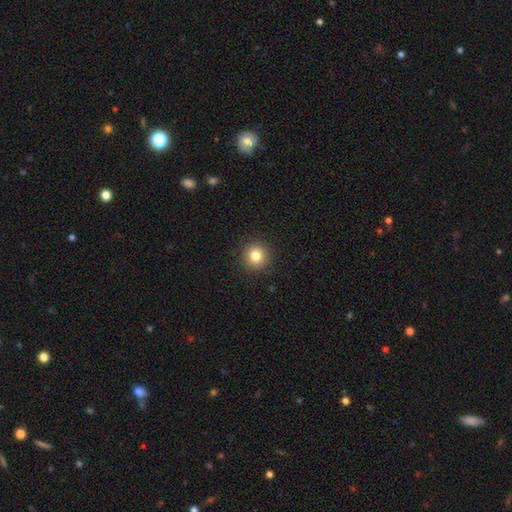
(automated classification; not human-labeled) Smooth or featured? Predicted: smooth (p=0.81). How rounded? Predicted: round (p=0.94). Merging? Predicted: none (p=0.92).